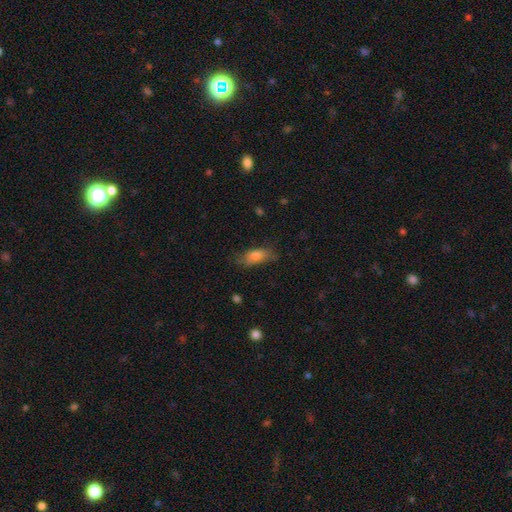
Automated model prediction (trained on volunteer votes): Smooth or featured?
  - smooth: 72% *
  - featured or disk: 19%
  - star or artifact: 9%
How rounded?
  - in between: 73% *
  - cigar-shaped: 23%
  - round: 4%
Merging?
  - none: 59% *
  - minor disturbance: 28%
  - major disturbance: 12%
  - merger: 2%